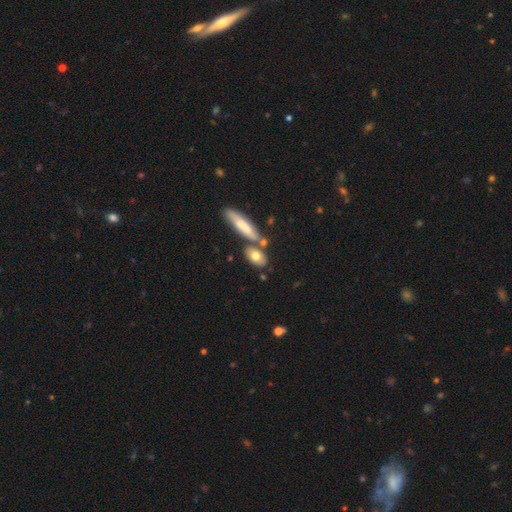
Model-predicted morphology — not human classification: Overall: smooth (74%). How rounded: in between (73%). Merging: none (59%; merger 24%).